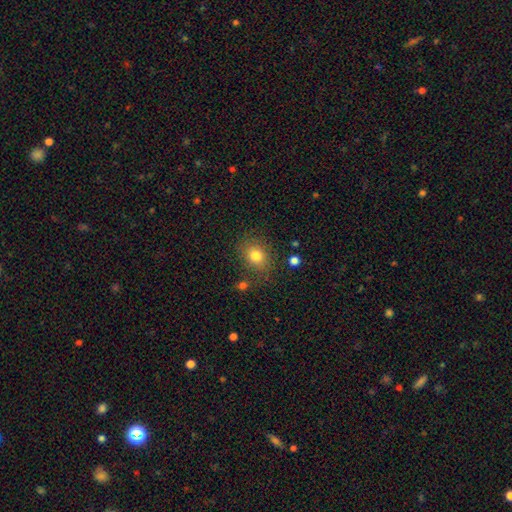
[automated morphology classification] Smooth or featured? smooth (80%)
How rounded? round (60%)
Merging? none (78%)